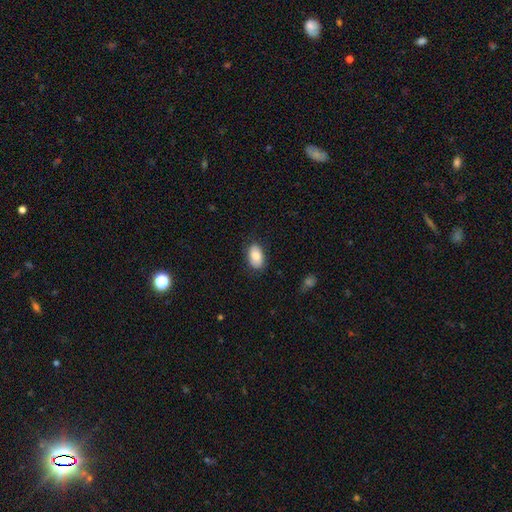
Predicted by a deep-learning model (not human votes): This appears to be a smooth galaxy with no disk features (83%) that is in between round and cigar-shaped (93%). Merging: none (81%).